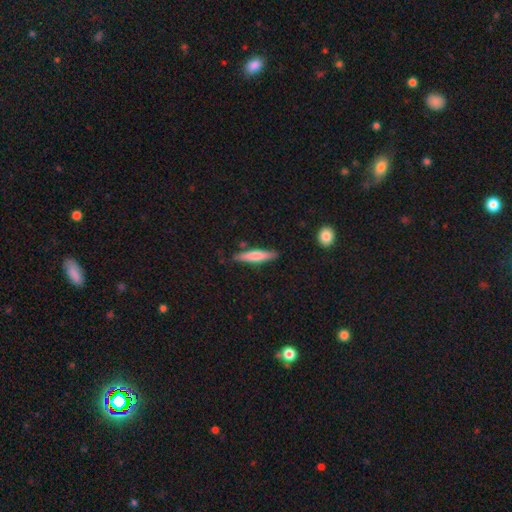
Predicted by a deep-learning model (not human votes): The model was most divided on "smooth or featured": smooth: 64%, featured or disk: 31%, star or artifact: 5%. More confident: how rounded — cigar-shaped (86%); merging — none (83%).